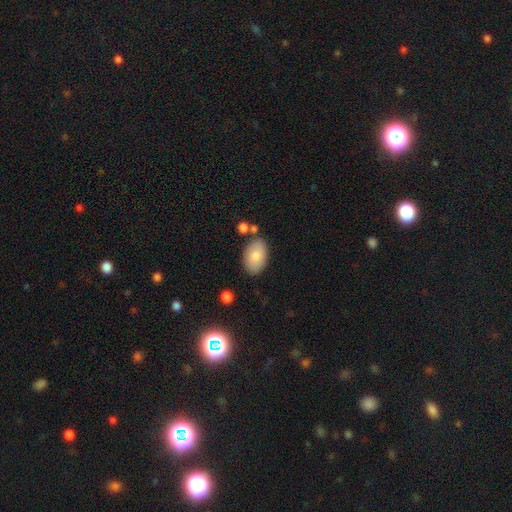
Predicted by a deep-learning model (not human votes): Smooth or featured? smooth (83%)
How rounded? in between (92%)
Merging? none (78%)